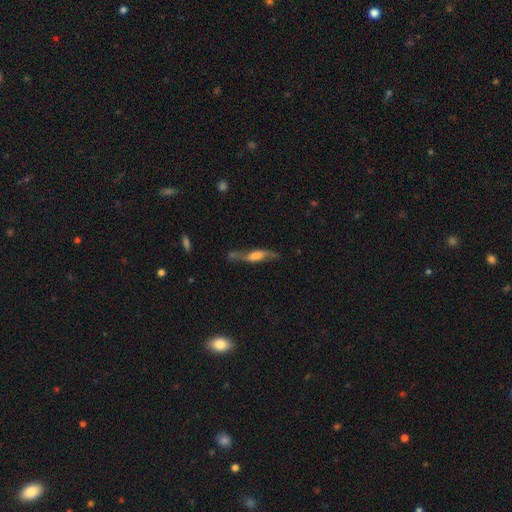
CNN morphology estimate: type=featured or disk (63%); edge-on=yes (52%); merging=none (55%).